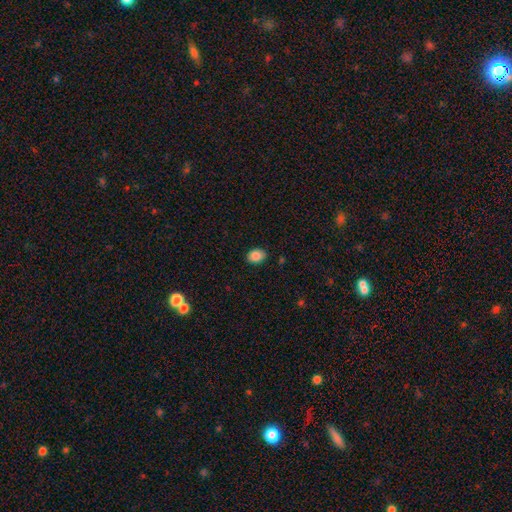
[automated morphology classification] The model was most divided on "how rounded": in between: 67%, round: 32%, cigar-shaped: 1%. More confident: merging — none (87%); smooth or featured — smooth (87%).